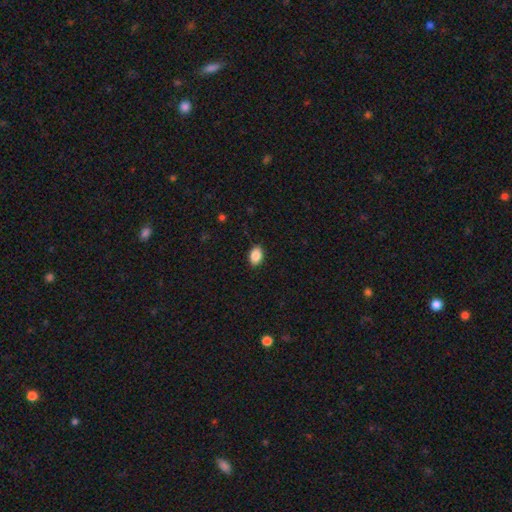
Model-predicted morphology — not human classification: Overall: smooth (88%). How rounded: in between (85%). Merging: none (89%).